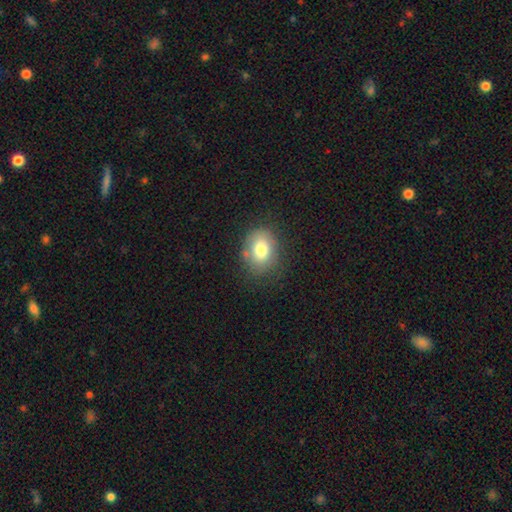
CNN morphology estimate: This is likely a smooth galaxy (75%). How rounded: possibly round (54%). Merging: clearly none (91%).